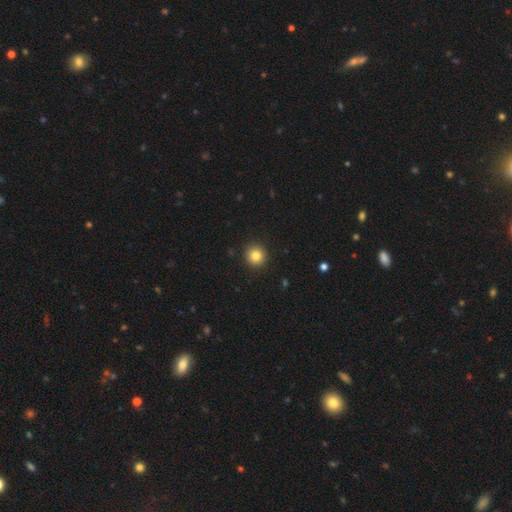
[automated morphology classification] The model was most divided on "smooth or featured": smooth: 83%, star or artifact: 10%, featured or disk: 7%. More confident: how rounded — round (95%); merging — none (93%).